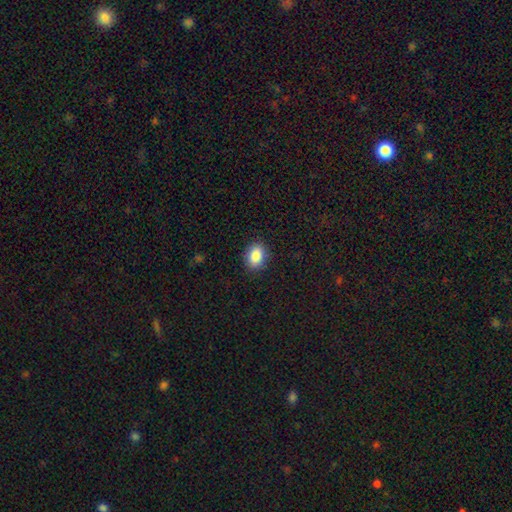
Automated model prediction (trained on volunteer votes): This appears to be a smooth galaxy with no disk features (88%) that is in between round and cigar-shaped (78%). Merging: none (88%).